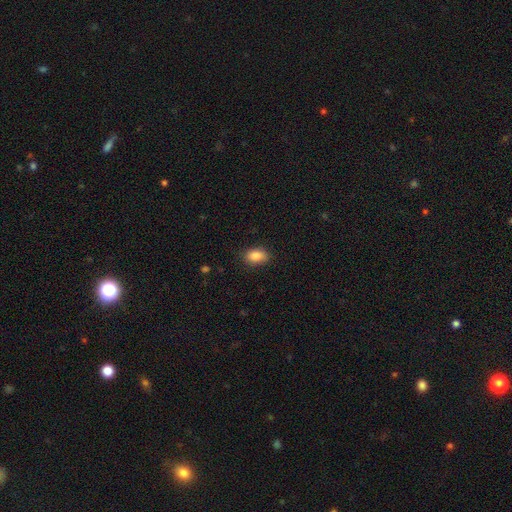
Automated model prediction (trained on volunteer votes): Smooth or featured? smooth (86%)
How rounded? in between (85%)
Merging? none (86%)